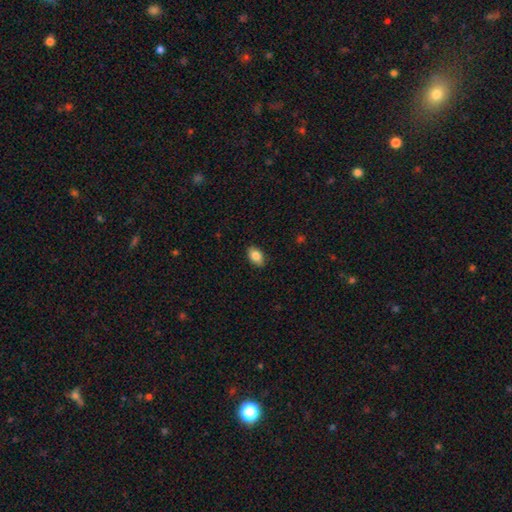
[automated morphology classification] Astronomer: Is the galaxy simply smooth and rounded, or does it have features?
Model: smooth — 85%.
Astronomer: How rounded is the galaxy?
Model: in between — 90%.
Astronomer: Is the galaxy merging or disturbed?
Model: none — 87%.